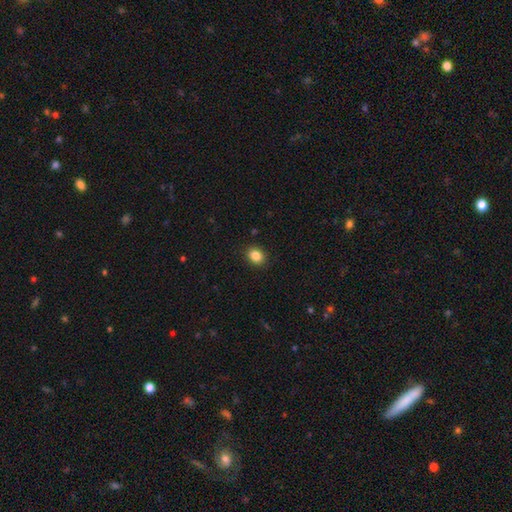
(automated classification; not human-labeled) smooth 86%, star or artifact 10%, featured or disk 5%. Down the decision tree: how rounded — in between (53%); merging — none (90%).